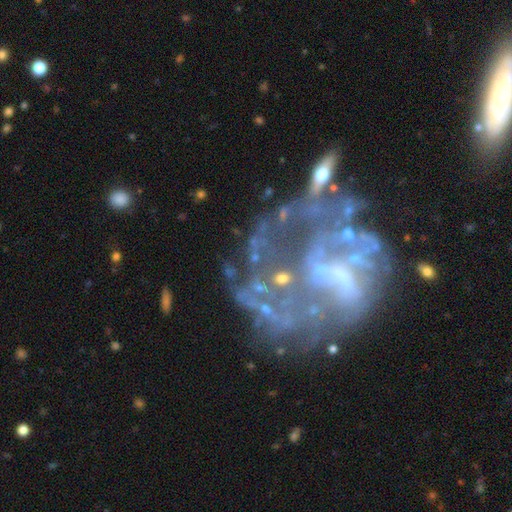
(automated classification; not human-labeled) Q: Smooth or featured?
A: featured or disk (70%); runner-up: star or artifact (18%)
Q: Edge-on disk?
A: no (95%); runner-up: yes (5%)
Q: Bar?
A: no (53%); runner-up: weak (28%)
Q: Spiral arms?
A: yes (62%); runner-up: no (38%)
Q: Bulge size?
A: none (45%); runner-up: small (31%)
Q: Merging?
A: none (38%); runner-up: major disturbance (28%)